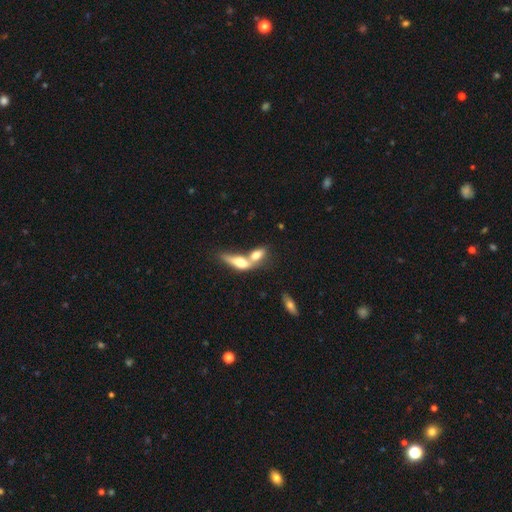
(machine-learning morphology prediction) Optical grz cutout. It shows a smooth galaxy with no disk features (60%) that is in between round and cigar-shaped (62%). Merging: merger (74%).